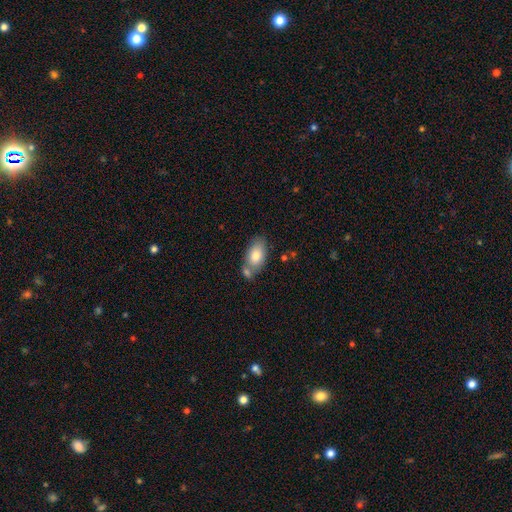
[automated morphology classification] smooth-or-featured: smooth: 77% | featured or disk: 16% | star or artifact: 7%
  how-rounded: in between: 91% | round: 6% | cigar-shaped: 3%
  merging: none: 55% | merger: 25% | minor disturbance: 15% | major disturbance: 4%